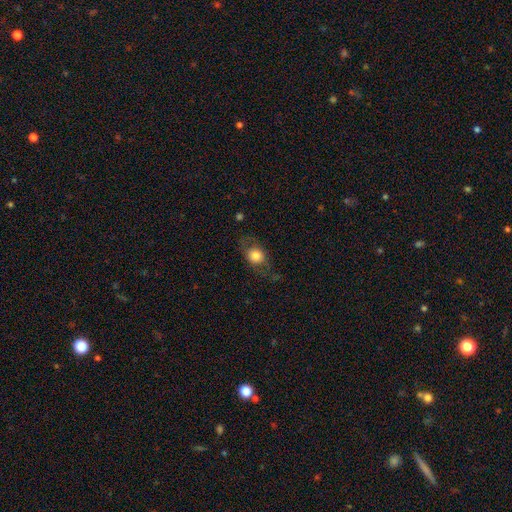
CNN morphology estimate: Smooth or featured? smooth (69%)
How rounded? round (59%)
Merging? none (67%)